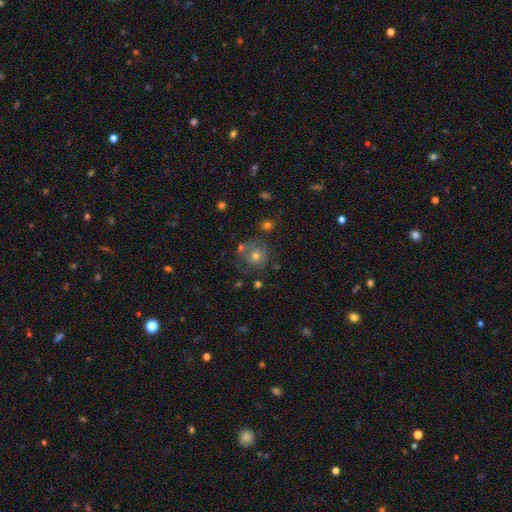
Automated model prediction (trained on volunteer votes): Overall: smooth (54%; featured or disk 30%). How rounded: round (89%). Merging: none (65%).